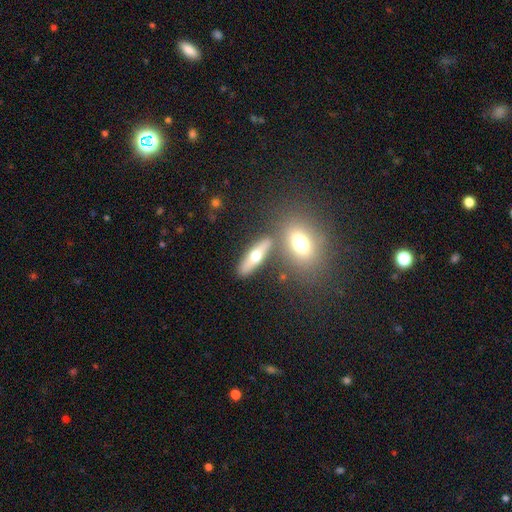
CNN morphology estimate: A smooth galaxy with no disk features (47%).

Vote fractions:
- Smooth or featured? smooth: 47% / featured or disk: 45% / star or artifact: 8%
- Merging? none: 70% / merger: 15% / minor disturbance: 10% / major disturbance: 4%